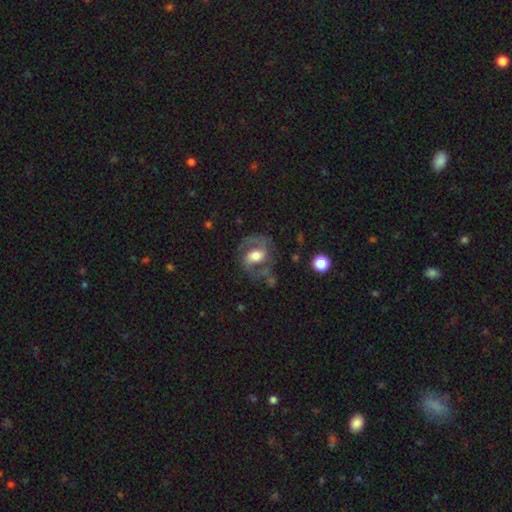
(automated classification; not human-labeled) smooth-or-featured: featured or disk: 75% | smooth: 18% | star or artifact: 7%
  disk-edge-on: no: 97% | yes: 3%
    bar: weak: 41% | no: 35% | strong: 24%
    has-spiral-arms: yes: 88% | no: 12%
      spiral-winding: medium: 56% | loose: 23% | tight: 20%
      spiral-arm-count: 2: 87% | 1: 5% | can't tell: 5% | 3: 1% | 4: 1% | more than 4: 1%
    bulge-size: moderate: 53% | large: 32% | small: 10% | dominant: 3% | none: 2%
  merging: none: 63% | minor disturbance: 18% | major disturbance: 16% | merger: 3%